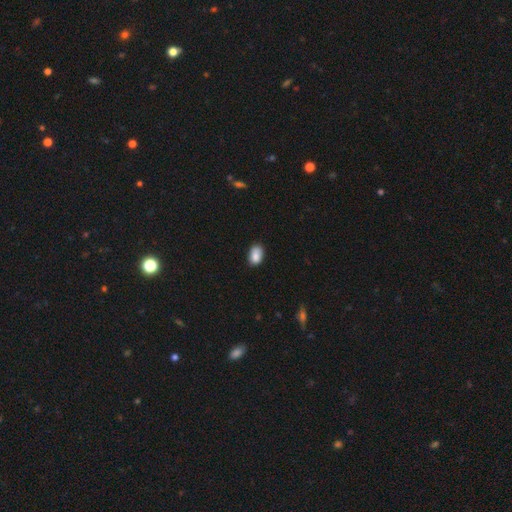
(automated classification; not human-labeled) This appears to be a smooth galaxy with no disk features (87%) that is in between round and cigar-shaped (89%). Merging: none (77%).